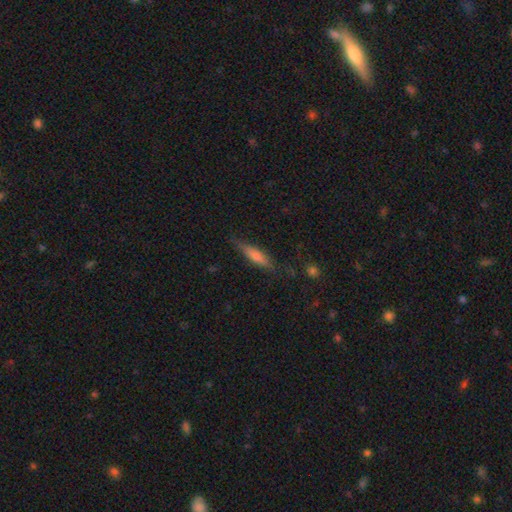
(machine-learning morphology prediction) Overall: smooth (57%; featured or disk 35%). How rounded: cigar-shaped (80%). Merging: none (79%).